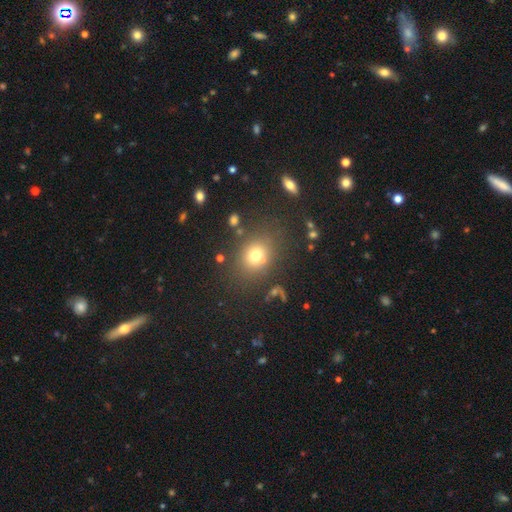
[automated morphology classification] smooth-or-featured: smooth: 71% | star or artifact: 17% | featured or disk: 12%
  how-rounded: round: 63% | in between: 36% | cigar-shaped: 1%
  merging: none: 73% | minor disturbance: 12% | merger: 9% | major disturbance: 6%